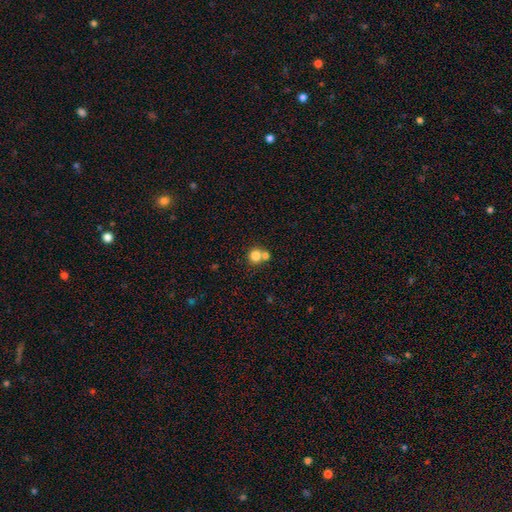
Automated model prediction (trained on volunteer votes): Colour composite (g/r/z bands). It shows a smooth galaxy with no disk features (80%) that is round (87%). Merging: none (50%).